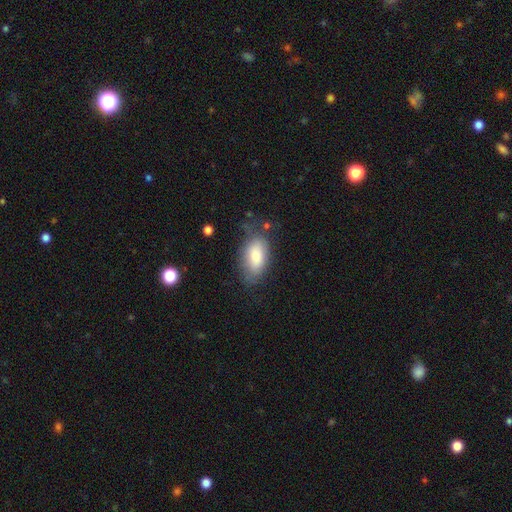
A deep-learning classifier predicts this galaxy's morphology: Q: Smooth or featured?
A: smooth (73%); runner-up: featured or disk (19%)
Q: How rounded?
A: in between (91%); runner-up: cigar-shaped (4%)
Q: Merging?
A: none (66%); runner-up: minor disturbance (24%)